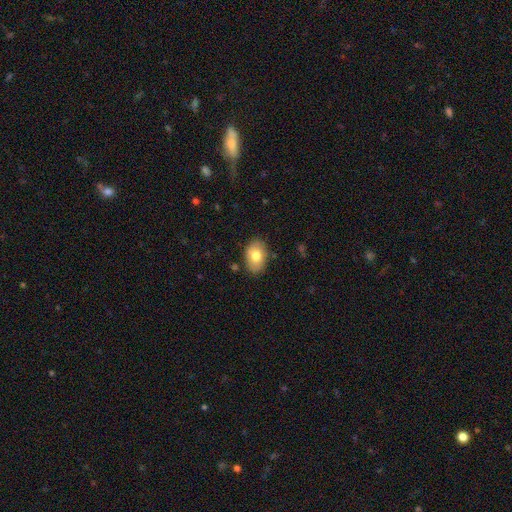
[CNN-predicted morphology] smooth 77%, featured or disk 16%, star or artifact 7%. Down the decision tree: how rounded — in between (87%); merging — none (84%).